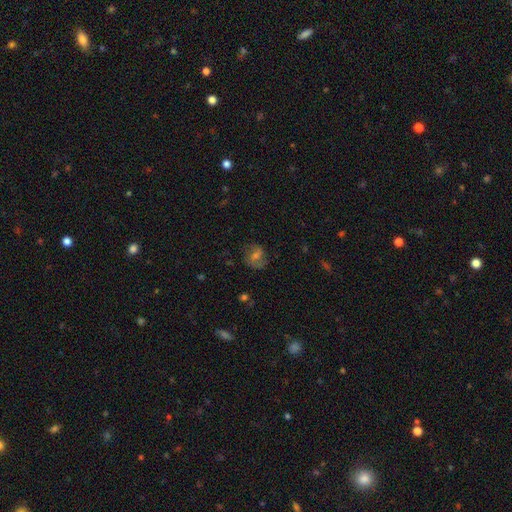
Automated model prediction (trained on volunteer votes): Smooth or featured? Predicted: featured or disk (p=0.54). Edge-on disk? Predicted: no (p=0.96). Bar? Predicted: weak (p=0.46). Spiral arms? Predicted: yes (p=0.82). Bulge size? Predicted: moderate (p=0.47). Merging? Predicted: none (p=0.76).